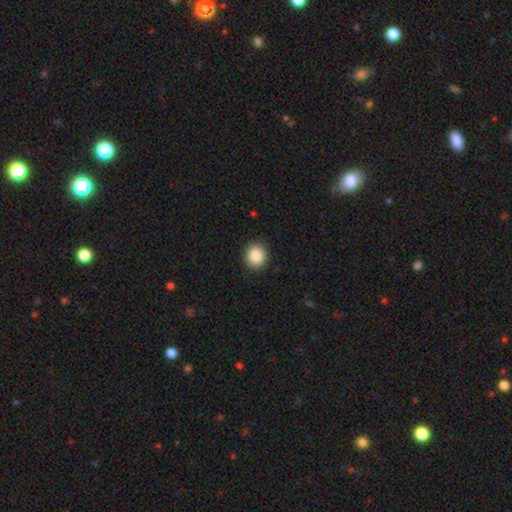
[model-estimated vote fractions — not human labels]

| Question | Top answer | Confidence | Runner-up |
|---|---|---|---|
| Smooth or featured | smooth | 87% | star or artifact (9%) |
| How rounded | round | 89% | in between (10%) |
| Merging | none | 92% | minor disturbance (6%) |